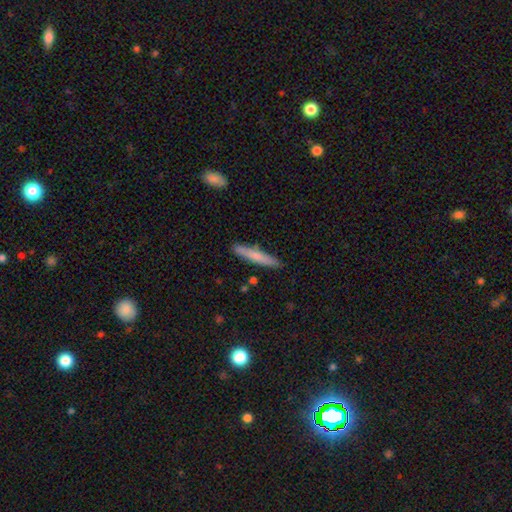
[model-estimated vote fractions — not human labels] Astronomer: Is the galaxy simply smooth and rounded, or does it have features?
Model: smooth — 70%.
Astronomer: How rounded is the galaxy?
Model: cigar-shaped — 93%.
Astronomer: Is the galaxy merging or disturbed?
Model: none — 86%.